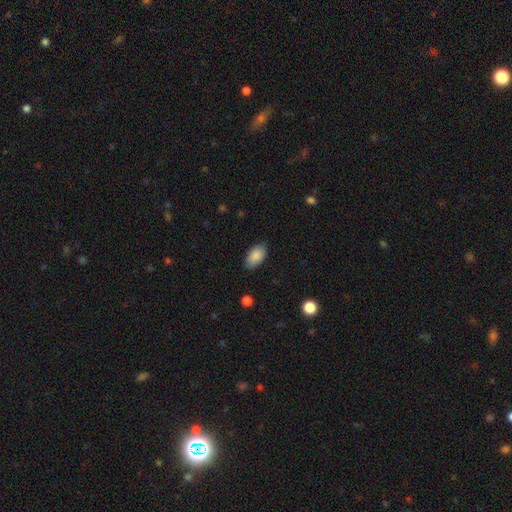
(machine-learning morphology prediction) Overall: smooth (88%). How rounded: in between (94%). Merging: none (85%).